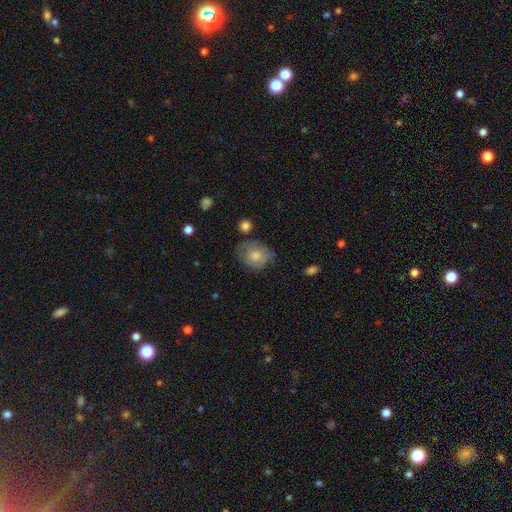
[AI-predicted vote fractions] Smooth or featured?
  - smooth: 58% *
  - featured or disk: 32%
  - star or artifact: 11%
How rounded?
  - round: 58% *
  - in between: 41%
  - cigar-shaped: 1%
Merging?
  - none: 68% *
  - minor disturbance: 22%
  - major disturbance: 7%
  - merger: 3%